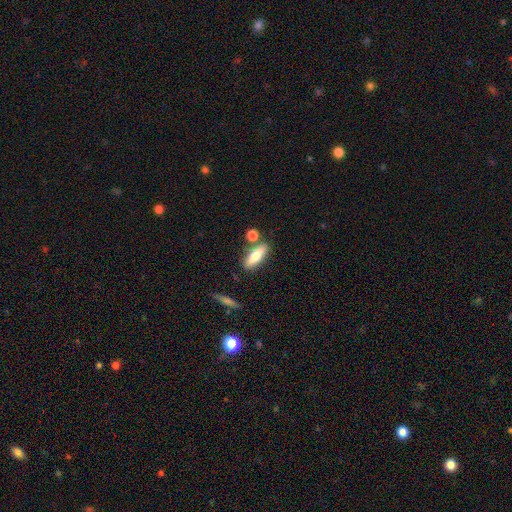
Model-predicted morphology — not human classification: smooth_or_featured: smooth (p=0.63) [alt: featured or disk p=0.30]
how_rounded: in between (p=0.55) [alt: cigar-shaped p=0.41]
merging: none (p=0.74) [alt: merger p=0.12]